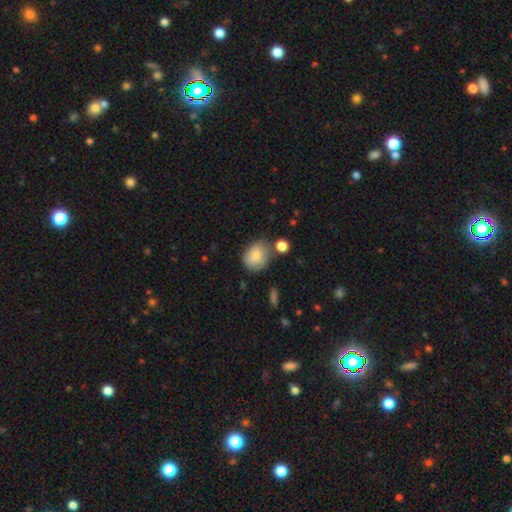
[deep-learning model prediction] The model was most divided on "how rounded": round: 59%, in between: 40%, cigar-shaped: 1%. More confident: smooth or featured — smooth (81%); merging — none (60%).